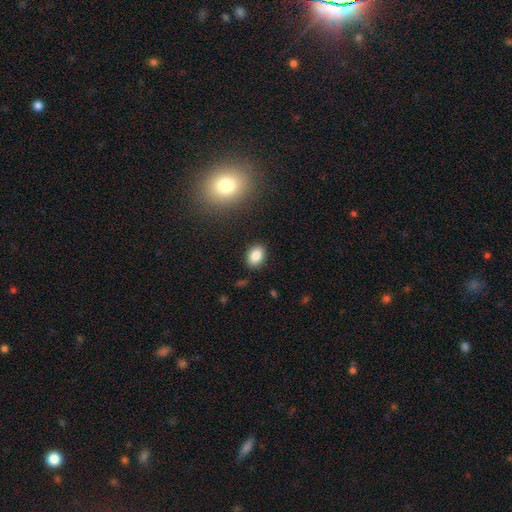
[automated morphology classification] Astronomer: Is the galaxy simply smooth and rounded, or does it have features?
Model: smooth — 85%.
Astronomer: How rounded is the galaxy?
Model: in between — 78%.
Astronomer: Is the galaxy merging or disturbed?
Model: none — 87%.